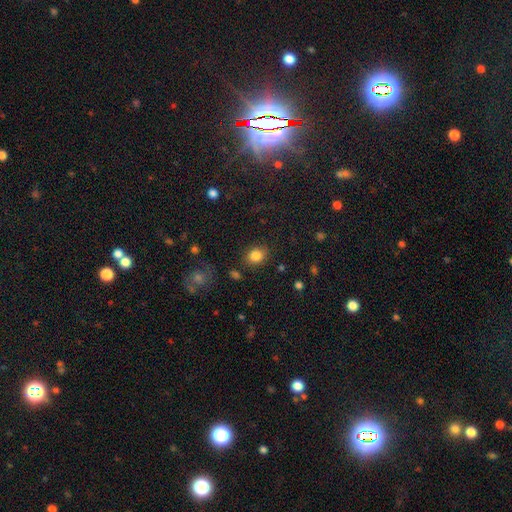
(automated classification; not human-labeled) A smooth galaxy with no disk features (84%) that is round (54%). Merging: none (82%).